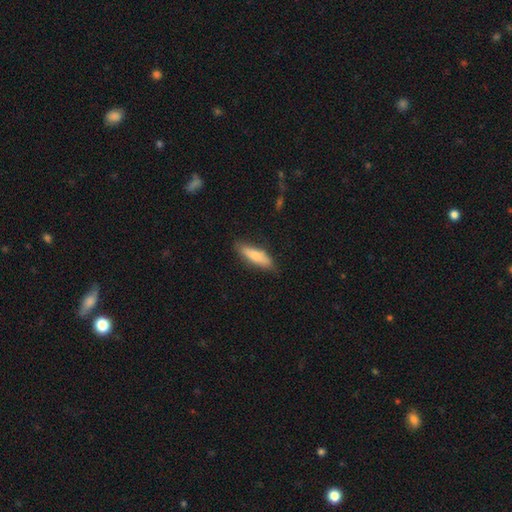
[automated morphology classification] Smooth or featured: smooth — 78% (featured or disk — 17%)
How rounded: cigar-shaped — 57% (in between — 41%)
Merging: none — 79% (minor disturbance — 17%)